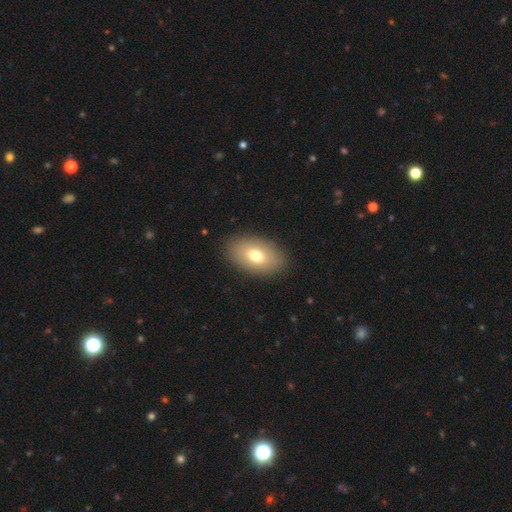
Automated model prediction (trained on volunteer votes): Morphology: type=smooth (72%); roundness=in between (91%); merging=none (88%).